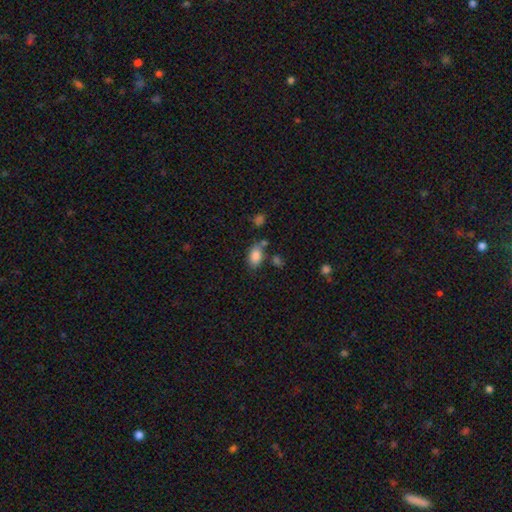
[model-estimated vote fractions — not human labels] Overall: smooth (85%). How rounded: in between (87%). Merging: none (64%).